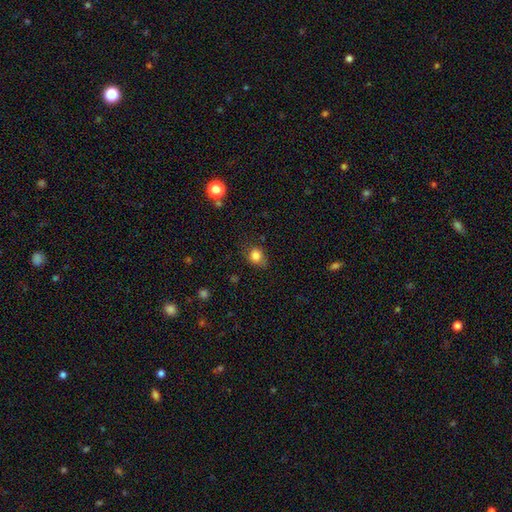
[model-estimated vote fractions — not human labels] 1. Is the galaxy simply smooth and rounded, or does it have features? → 82% smooth, 11% star or artifact, 6% featured or disk.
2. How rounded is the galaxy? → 66% round, 32% in between, 1% cigar-shaped.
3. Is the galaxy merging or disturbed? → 69% none, 23% minor disturbance, 6% major disturbance, 2% merger.